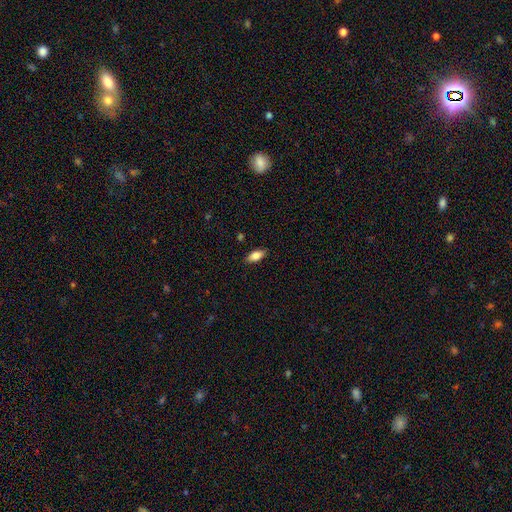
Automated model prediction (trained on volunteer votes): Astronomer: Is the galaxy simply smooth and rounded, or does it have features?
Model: smooth — 82%.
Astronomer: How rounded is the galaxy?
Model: in between — 86%.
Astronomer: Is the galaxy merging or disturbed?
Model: none — 86%.